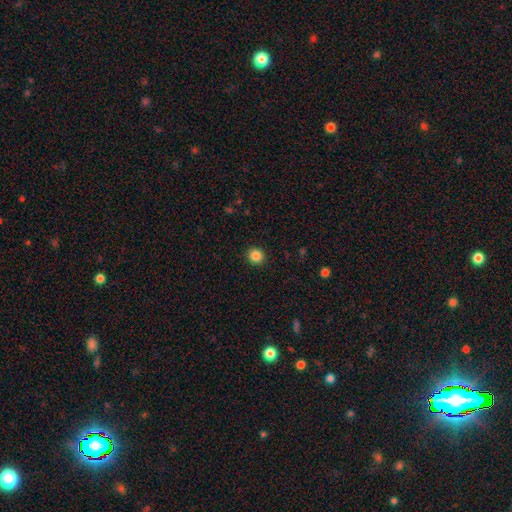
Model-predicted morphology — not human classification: type=smooth (86%); roundness=round (91%); merging=none (92%).